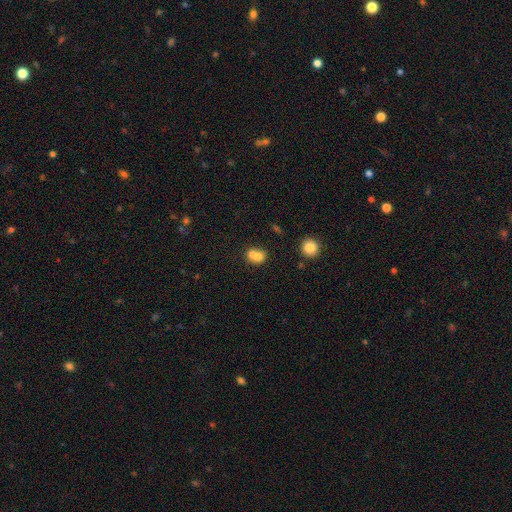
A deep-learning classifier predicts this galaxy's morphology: The model was most divided on "how rounded": round: 63%, in between: 36%, cigar-shaped: 1%. More confident: smooth or featured — smooth (72%); merging — merger (65%).